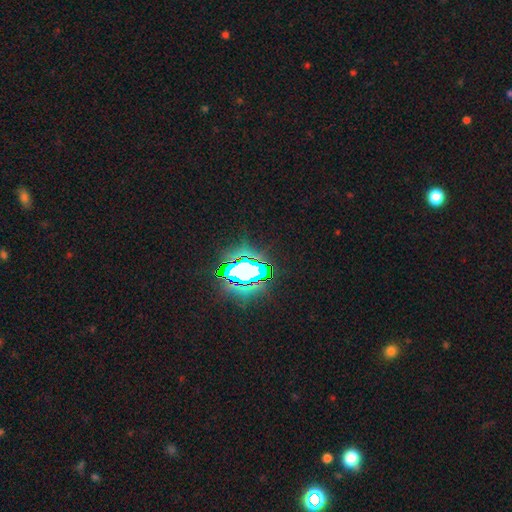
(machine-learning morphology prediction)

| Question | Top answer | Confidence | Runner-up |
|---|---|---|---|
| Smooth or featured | star or artifact | 84% | smooth (10%) |